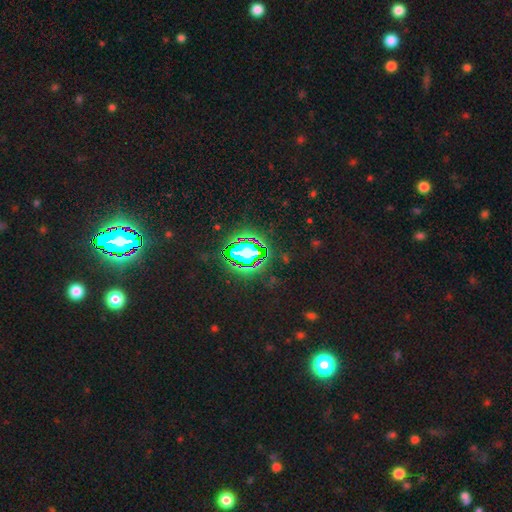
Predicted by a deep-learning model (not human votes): smooth_or_featured: star or artifact (p=0.82) [alt: smooth p=0.11]